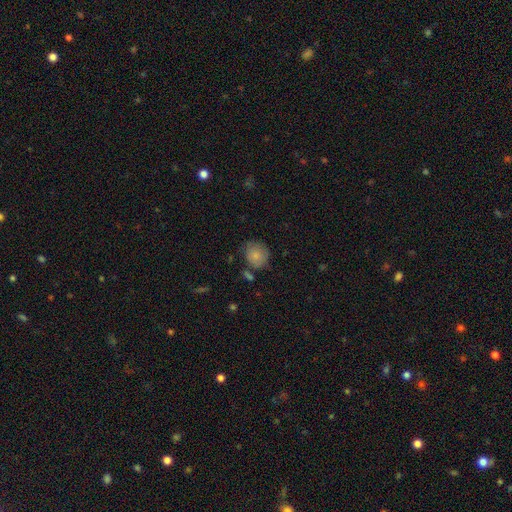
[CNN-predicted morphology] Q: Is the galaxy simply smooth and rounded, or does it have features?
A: smooth — 82%.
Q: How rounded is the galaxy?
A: round — 78%.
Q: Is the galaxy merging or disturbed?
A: none — 67%.